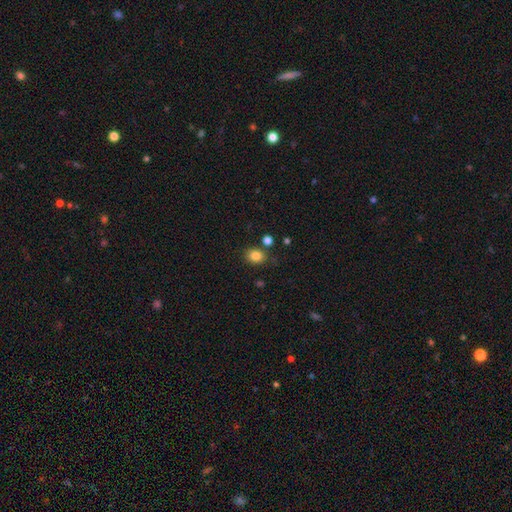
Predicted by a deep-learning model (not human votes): smooth_or_featured: smooth (p=0.84) [alt: star or artifact p=0.11]
how_rounded: round (p=0.57) [alt: in between p=0.42]
merging: none (p=0.79) [alt: minor disturbance p=0.11]